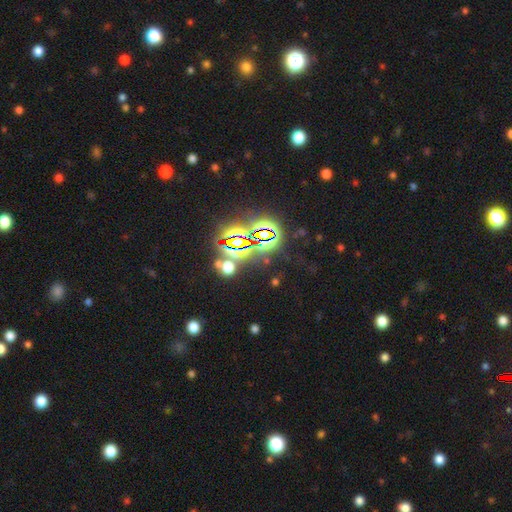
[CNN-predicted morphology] This is likely a star or artifact rather than a galaxy (78%).